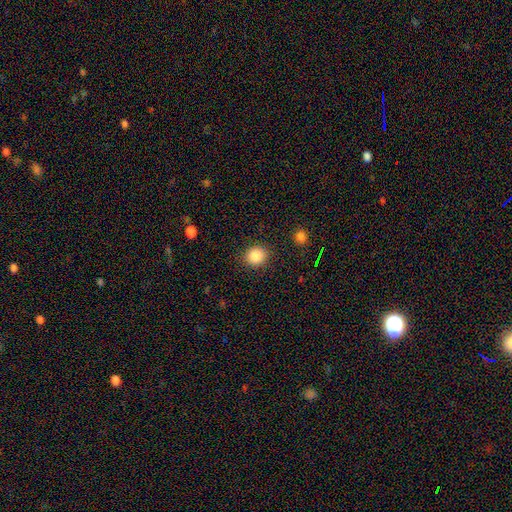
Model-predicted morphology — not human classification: The model was most divided on "how rounded": round: 78%, in between: 22%, cigar-shaped: 1%. More confident: merging — none (88%); smooth or featured — smooth (86%).